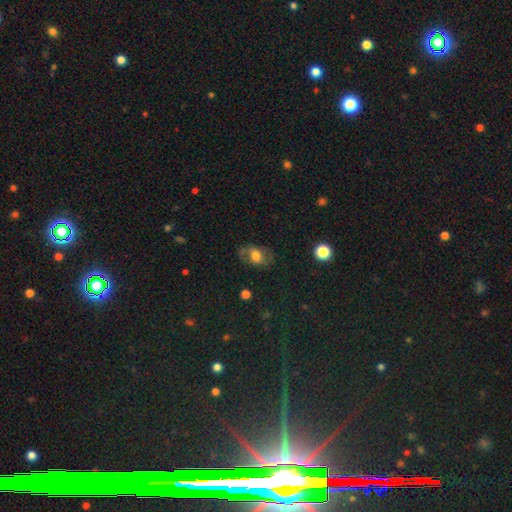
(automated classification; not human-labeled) smooth 51%, featured or disk 39%, star or artifact 10%. Down the decision tree: how rounded — in between (75%); merging — none (65%).